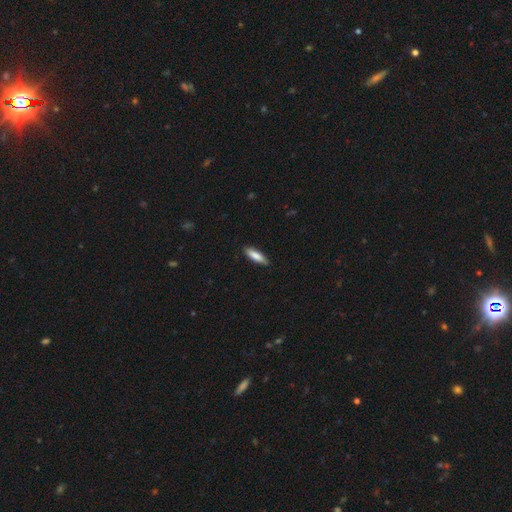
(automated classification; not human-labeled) Smooth or featured? smooth (82%)
How rounded? cigar-shaped (57%)
Merging? none (85%)